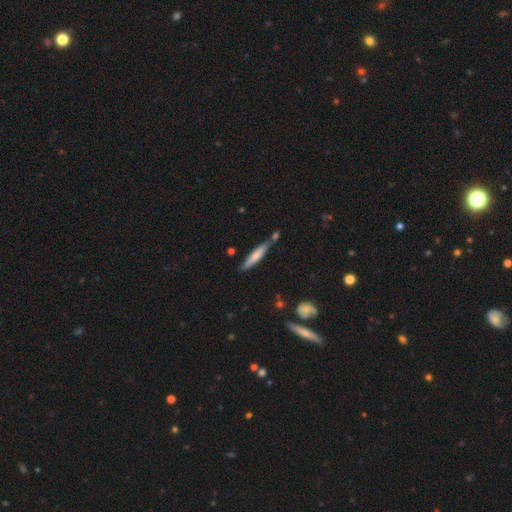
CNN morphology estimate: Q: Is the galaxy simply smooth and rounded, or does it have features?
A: smooth — 63%.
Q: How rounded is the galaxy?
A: cigar-shaped — 90%.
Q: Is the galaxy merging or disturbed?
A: none — 70%.